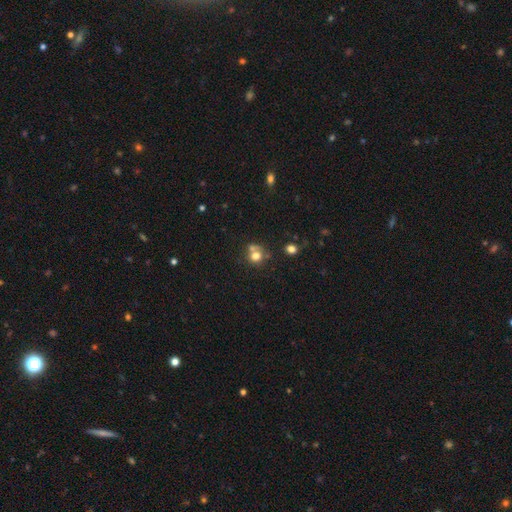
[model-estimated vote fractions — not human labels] smooth_or_featured: smooth (p=0.72) [alt: featured or disk p=0.14]
how_rounded: round (p=0.82) [alt: in between p=0.17]
merging: none (p=0.47) [alt: merger p=0.37]